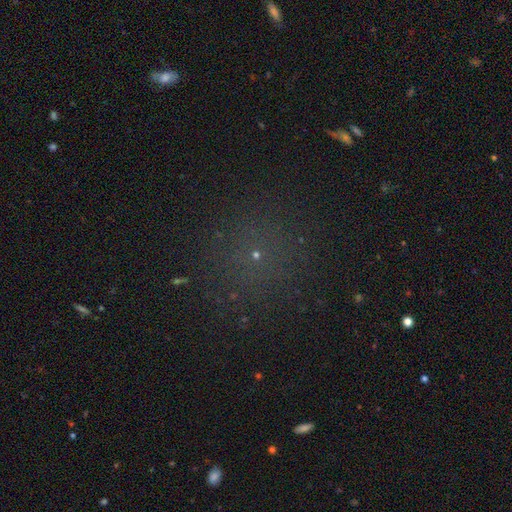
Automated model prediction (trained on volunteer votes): Q: Smooth or featured?
A: star or artifact (46%); tied with: smooth (46%)